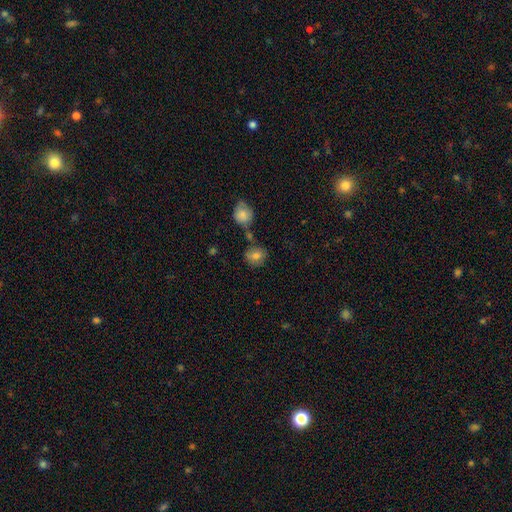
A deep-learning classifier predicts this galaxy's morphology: This is likely a smooth galaxy (79%). How rounded: likely round (78%). Merging: likely none (69%).